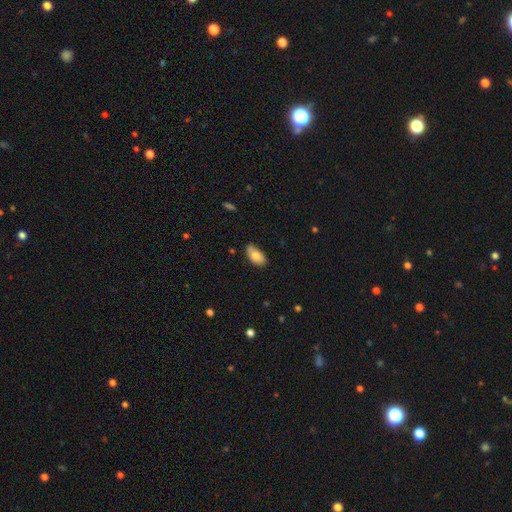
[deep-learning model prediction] smooth 76%, featured or disk 17%, star or artifact 7%. Down the decision tree: how rounded — in between (93%); merging — none (70%).